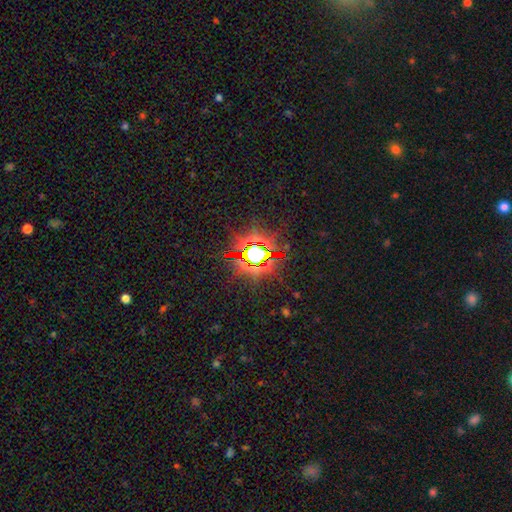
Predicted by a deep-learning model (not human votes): Q: Smooth or featured?
A: star or artifact (79%); runner-up: smooth (12%)